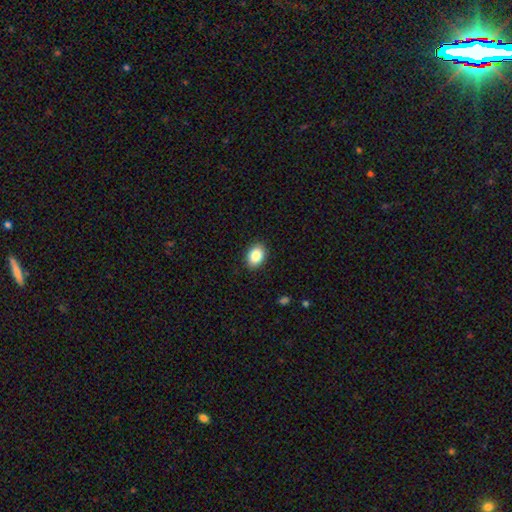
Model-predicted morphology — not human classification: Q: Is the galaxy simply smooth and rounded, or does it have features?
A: smooth — 87%.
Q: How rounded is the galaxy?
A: in between — 76%.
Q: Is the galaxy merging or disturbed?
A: none — 90%.